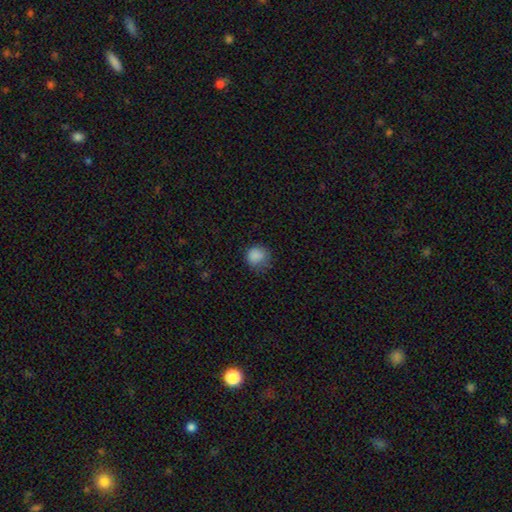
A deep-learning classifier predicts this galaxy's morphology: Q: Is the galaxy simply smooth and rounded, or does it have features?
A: smooth — 85%.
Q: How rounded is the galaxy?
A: round — 82%.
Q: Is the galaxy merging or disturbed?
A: none — 67%.